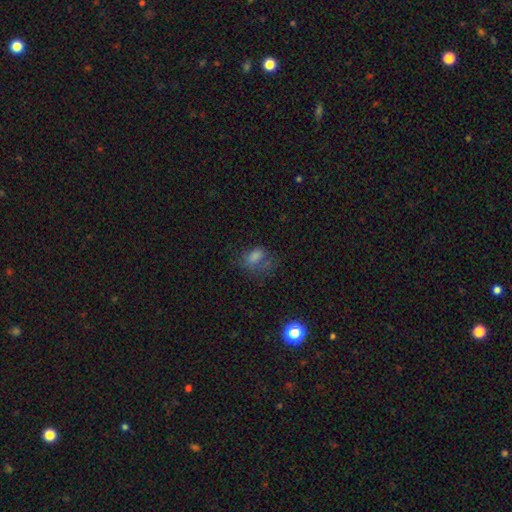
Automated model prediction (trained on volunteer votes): Q: Smooth or featured?
A: smooth (63%); runner-up: star or artifact (21%)
Q: How rounded?
A: in between (71%); runner-up: round (27%)
Q: Merging?
A: none (44%); runner-up: major disturbance (28%)